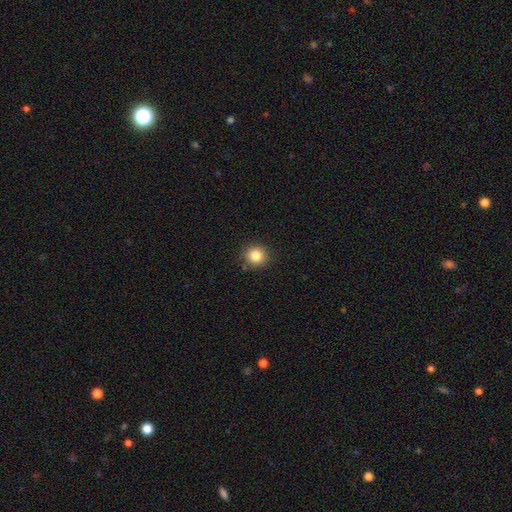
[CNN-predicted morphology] Smooth or featured? smooth (84%)
How rounded? round (92%)
Merging? none (88%)